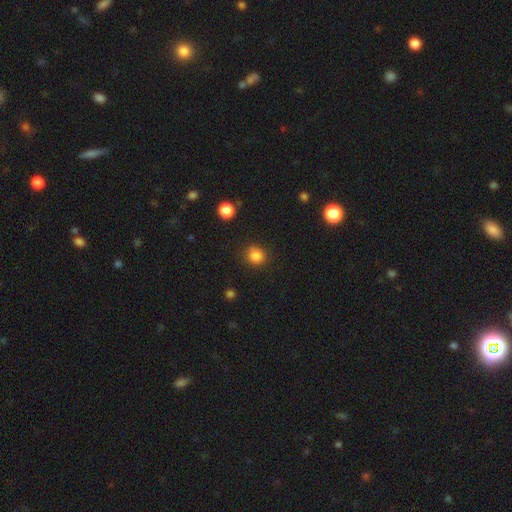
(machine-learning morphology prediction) A smooth galaxy with no disk features (84%) that is round (87%). Merging: none (86%).